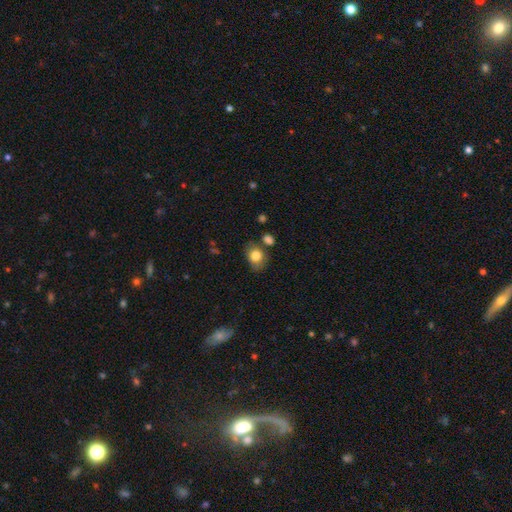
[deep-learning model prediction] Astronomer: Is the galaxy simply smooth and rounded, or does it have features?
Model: smooth — 81%.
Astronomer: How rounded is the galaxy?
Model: in between — 53% (runner-up: round, 46%).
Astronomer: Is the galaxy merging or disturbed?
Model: none — 67%.